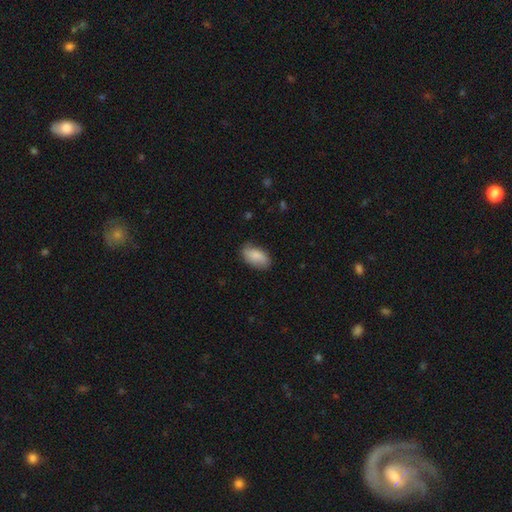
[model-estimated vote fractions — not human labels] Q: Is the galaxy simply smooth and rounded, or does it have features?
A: smooth — 82%.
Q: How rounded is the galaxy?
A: in between — 93%.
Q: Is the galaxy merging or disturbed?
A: none — 74%.